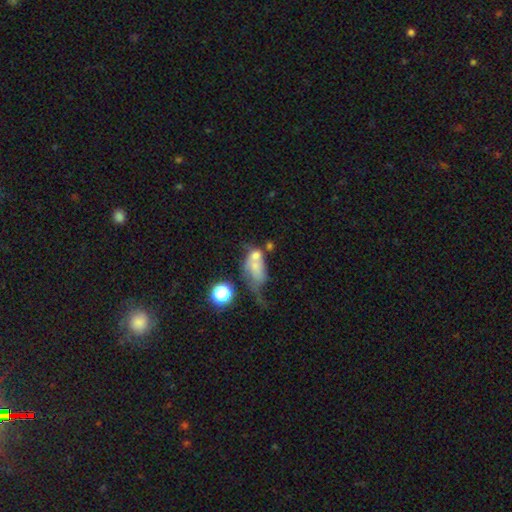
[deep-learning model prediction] The model was most divided on "smooth or featured": smooth: 41%, featured or disk: 38%, star or artifact: 21%. Remaining: merging — major disturbance (34%).